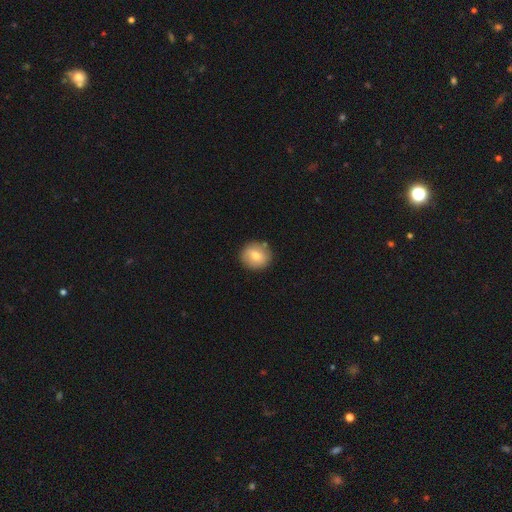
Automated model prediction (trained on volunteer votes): This appears to be a smooth galaxy with no disk features (75%) that is round (89%). Merging: none (85%).